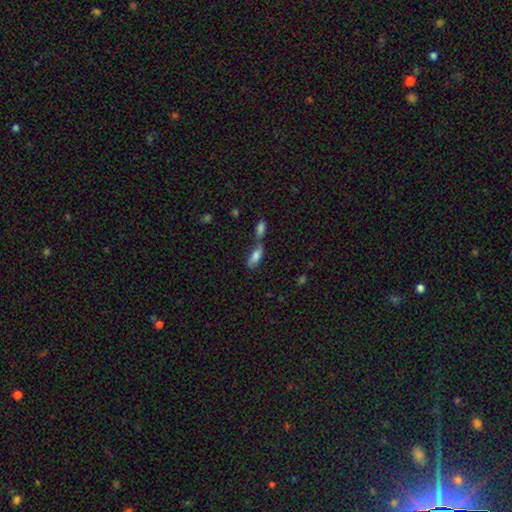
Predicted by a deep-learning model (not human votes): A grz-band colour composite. It shows a smooth galaxy with no disk features (77%) that is in between round and cigar-shaped (79%). Merging: merger (58%).